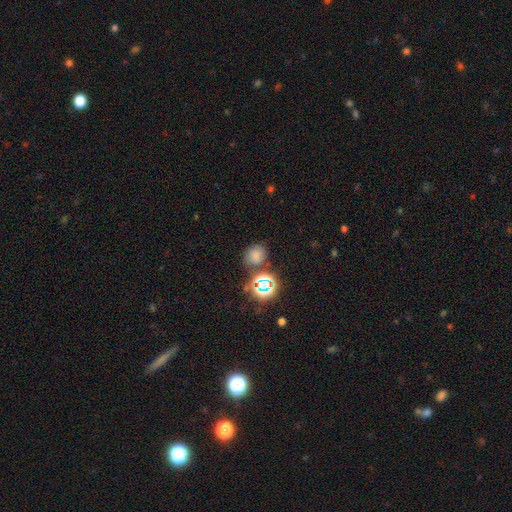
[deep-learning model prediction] The model was most divided on "how rounded": round: 68%, in between: 31%, cigar-shaped: 1%. More confident: merging — none (71%); smooth or featured — smooth (67%).